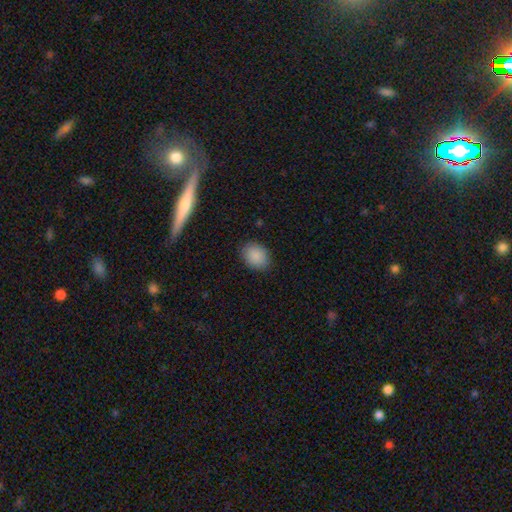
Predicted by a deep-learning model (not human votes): This is clearly a smooth galaxy (89%). How rounded: possibly in between (59%). Merging: clearly none (87%).